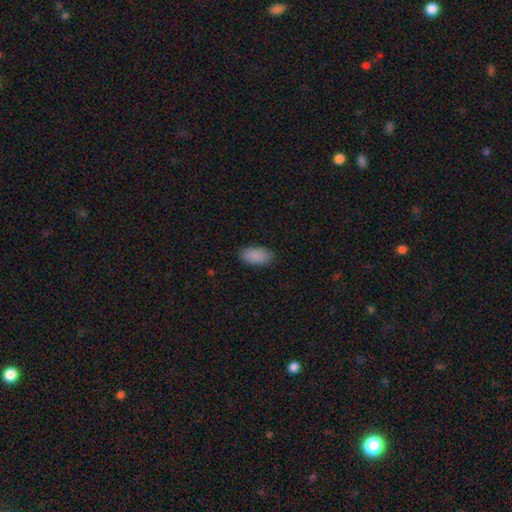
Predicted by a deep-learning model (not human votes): smooth_or_featured: smooth (p=0.90) [alt: star or artifact p=0.07]
how_rounded: in between (p=0.94) [alt: cigar-shaped p=0.03]
merging: none (p=0.86) [alt: minor disturbance p=0.11]